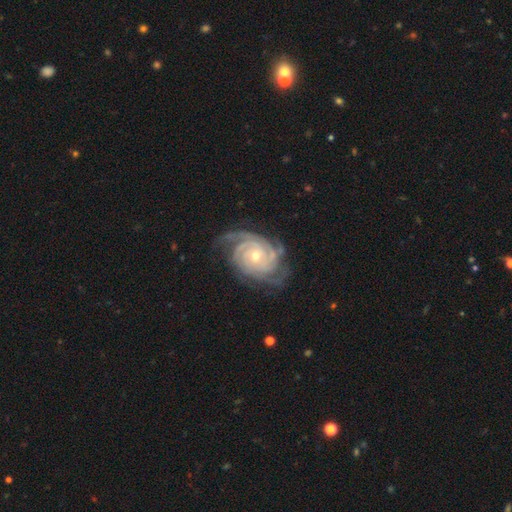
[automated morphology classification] Smooth or featured: featured or disk — 91% (star or artifact — 5%)
Edge-on disk: no — 97% (yes — 3%)
Bar: no — 73% (weak — 21%)
Spiral arms: yes — 98% (no — 2%)
Spiral winding: tight — 77% (medium — 20%)
Spiral arm count: 4 — 31% (3 — 24%)
Bulge size: small — 55% (moderate — 42%)
Merging: none — 73% (minor disturbance — 18%)